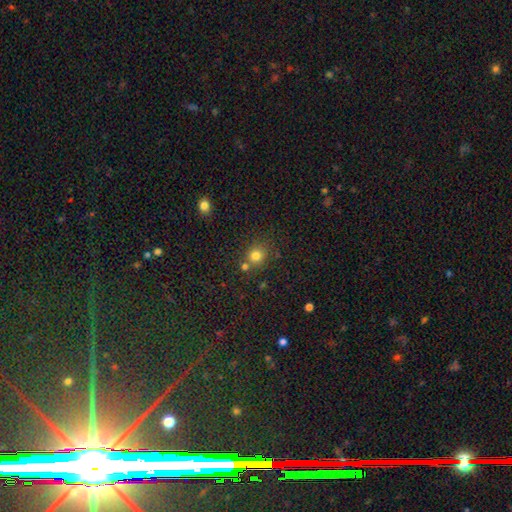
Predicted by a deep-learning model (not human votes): The model was most divided on "merging": none: 68%, merger: 17%, minor disturbance: 11%, major disturbance: 4%. More confident: how rounded — round (82%); smooth or featured — smooth (77%).